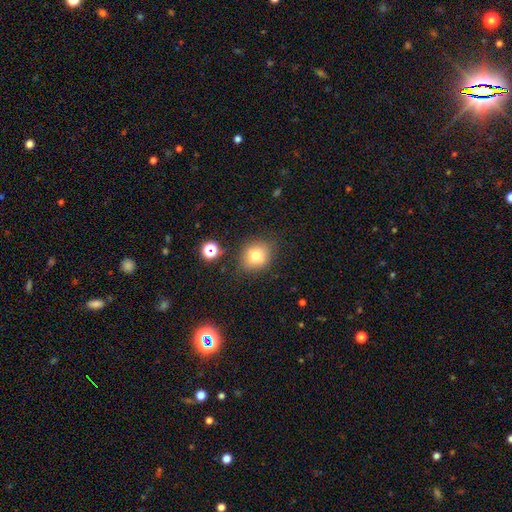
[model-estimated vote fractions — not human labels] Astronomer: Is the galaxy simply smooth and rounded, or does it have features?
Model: smooth — 75%.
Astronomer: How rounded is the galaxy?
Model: round — 77%.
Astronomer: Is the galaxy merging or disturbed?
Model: none — 82%.